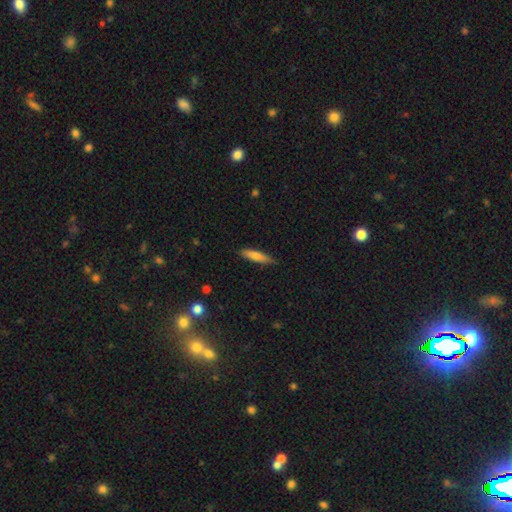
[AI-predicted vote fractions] Smooth or featured? smooth (68%)
How rounded? cigar-shaped (81%)
Merging? none (83%)